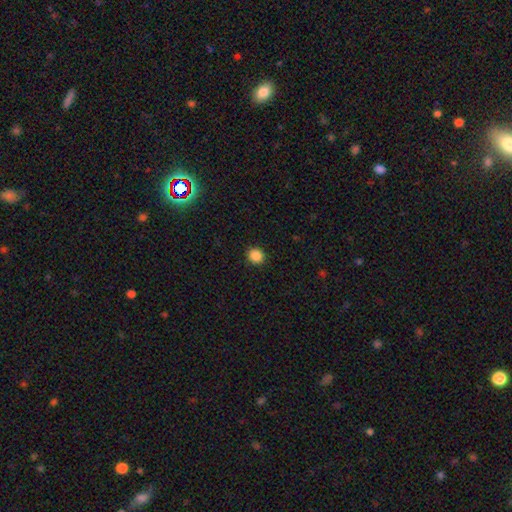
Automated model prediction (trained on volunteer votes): A smooth galaxy with no disk features (87%) that is round (87%). Merging: none (91%).